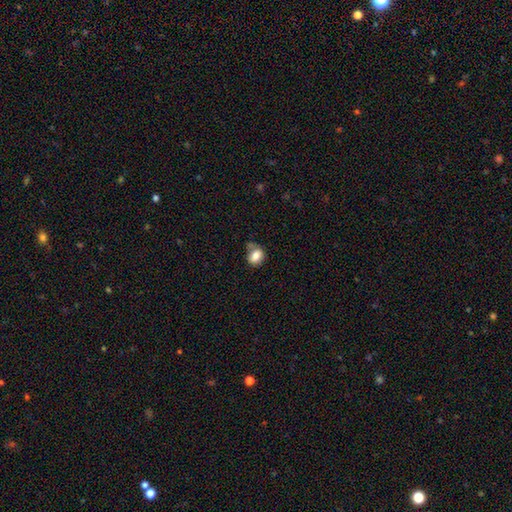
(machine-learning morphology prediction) This appears to be a smooth galaxy with no disk features (80%) that is round (54%). Merging: none (52%).